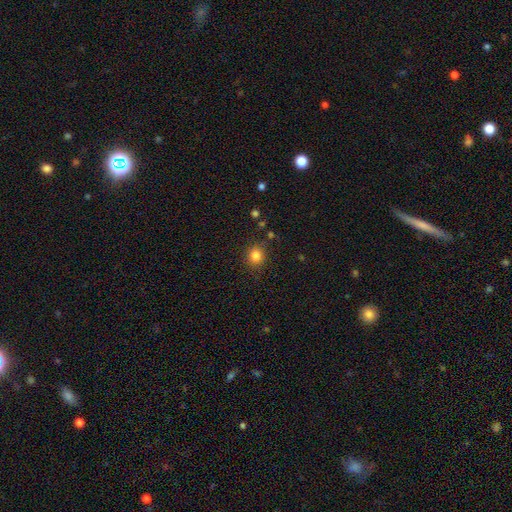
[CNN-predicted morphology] Smooth or featured?
  - smooth: 82% *
  - star or artifact: 12%
  - featured or disk: 5%
How rounded?
  - round: 84% *
  - in between: 15%
  - cigar-shaped: 1%
Merging?
  - none: 86% *
  - minor disturbance: 9%
  - major disturbance: 3%
  - merger: 2%